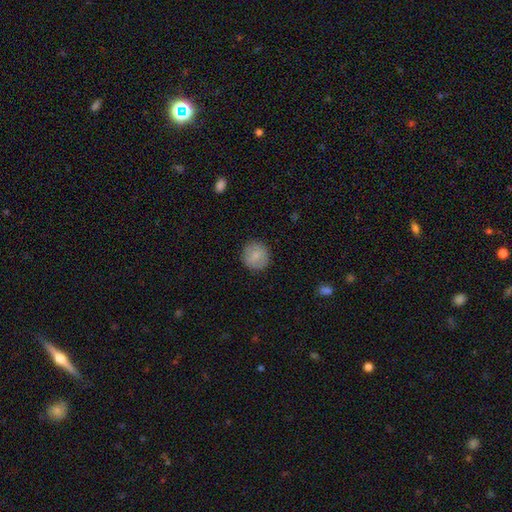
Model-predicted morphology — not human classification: This appears to be a smooth galaxy with no disk features (82%) that is round (91%). Merging: none (89%).